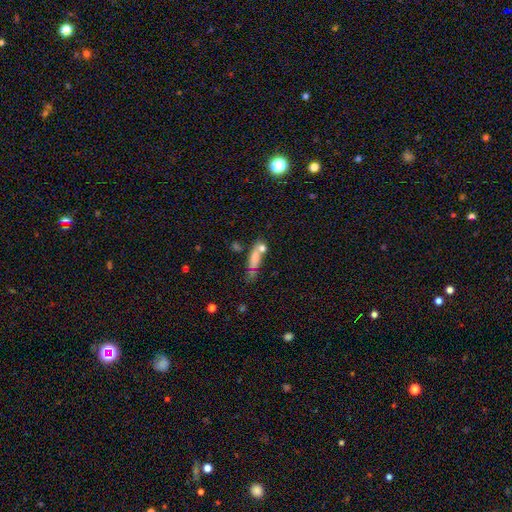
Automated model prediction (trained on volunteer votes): The model was most divided on "merging": none: 50%, merger: 21%, minor disturbance: 18%, major disturbance: 10%. More confident: how rounded — cigar-shaped (66%); smooth or featured — smooth (63%).